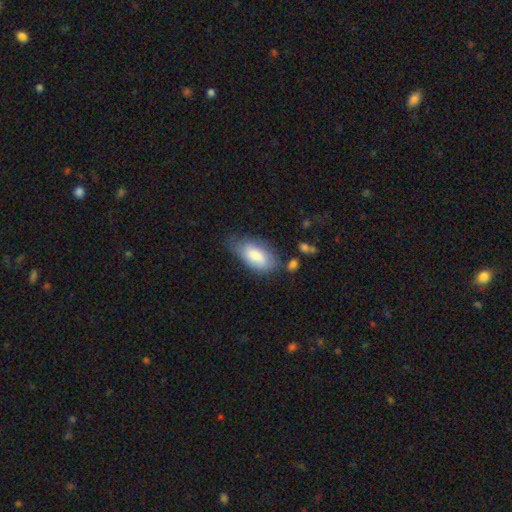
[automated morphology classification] Smooth or featured: smooth — 75% (featured or disk — 19%)
How rounded: in between — 93% (cigar-shaped — 4%)
Merging: none — 49% (minor disturbance — 34%)